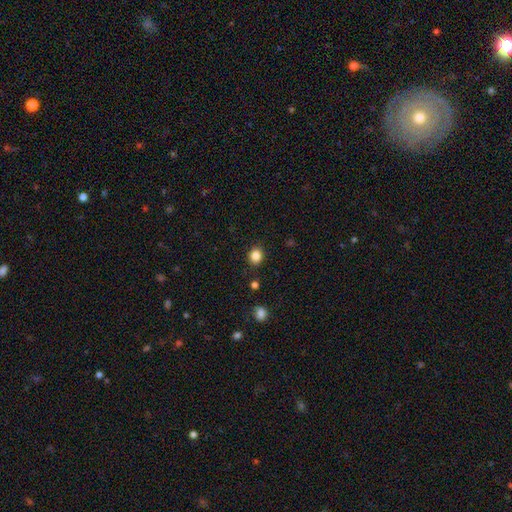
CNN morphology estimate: A smooth galaxy with no disk features (85%) that is round (75%).

Vote fractions:
- Smooth or featured? smooth: 85% / star or artifact: 11% / featured or disk: 4%
- How rounded? round: 75% / in between: 24% / cigar-shaped: 1%
- Merging? none: 88% / minor disturbance: 8% / major disturbance: 2% / merger: 2%